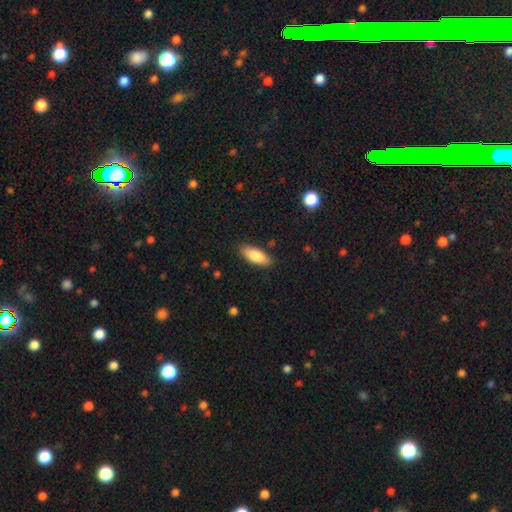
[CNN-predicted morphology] Q: Smooth or featured?
A: smooth (82%); runner-up: featured or disk (12%)
Q: How rounded?
A: in between (79%); runner-up: cigar-shaped (19%)
Q: Merging?
A: none (86%); runner-up: minor disturbance (10%)